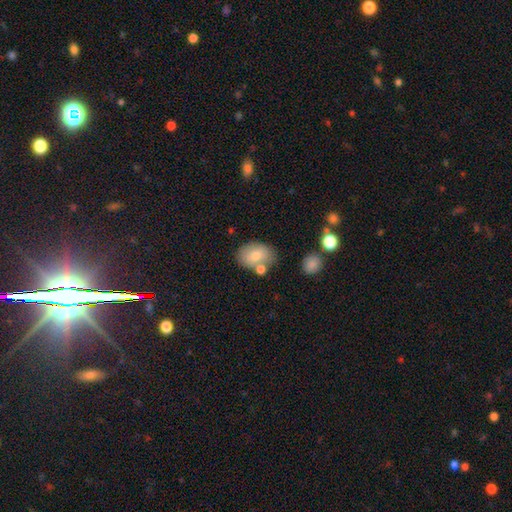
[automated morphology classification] A smooth galaxy with no disk features (75%) that is in between round and cigar-shaped (75%).

Vote fractions:
- Smooth or featured? smooth: 75% / featured or disk: 17% / star or artifact: 8%
- How rounded? in between: 75% / round: 24% / cigar-shaped: 1%
- Merging? none: 64% / merger: 17% / minor disturbance: 15% / major disturbance: 4%